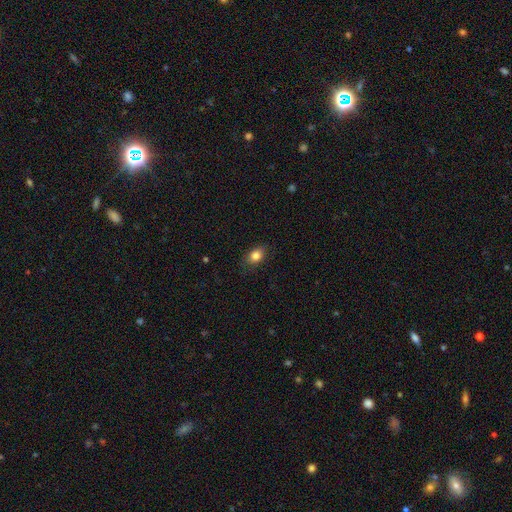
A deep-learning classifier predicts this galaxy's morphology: smooth-or-featured: smooth: 84% | star or artifact: 9% | featured or disk: 7%
  how-rounded: in between: 75% | round: 23% | cigar-shaped: 2%
  merging: none: 83% | minor disturbance: 13% | major disturbance: 3% | merger: 1%